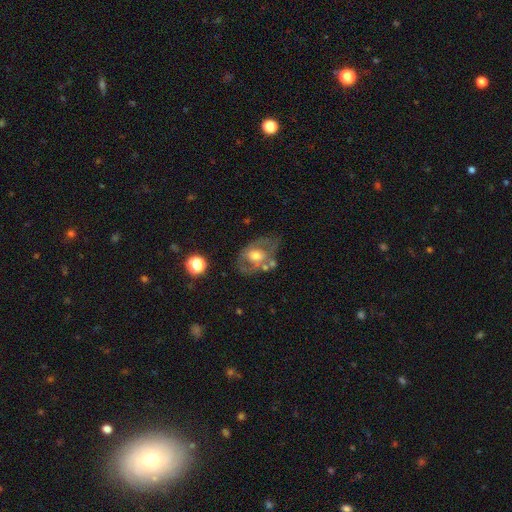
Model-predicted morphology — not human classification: Smooth or featured? Predicted: featured or disk (p=0.60). Edge-on disk? Predicted: no (p=0.94). Bar? Predicted: no (p=0.64). Spiral arms? Predicted: no (p=0.62). Bulge size? Predicted: moderate (p=0.63). Merging? Predicted: none (p=0.51).